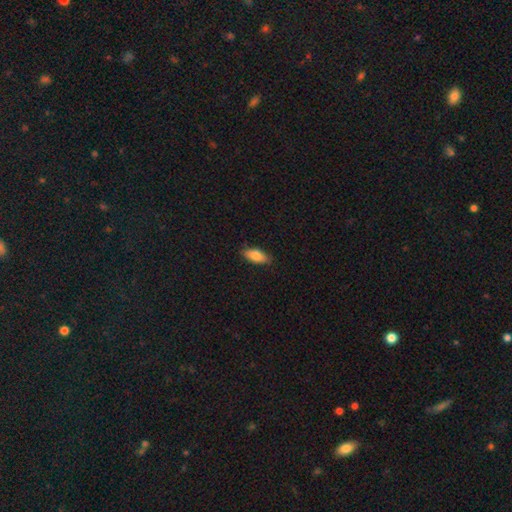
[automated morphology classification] smooth 82%, featured or disk 12%, star or artifact 7%. Down the decision tree: how rounded — in between (83%); merging — none (83%).